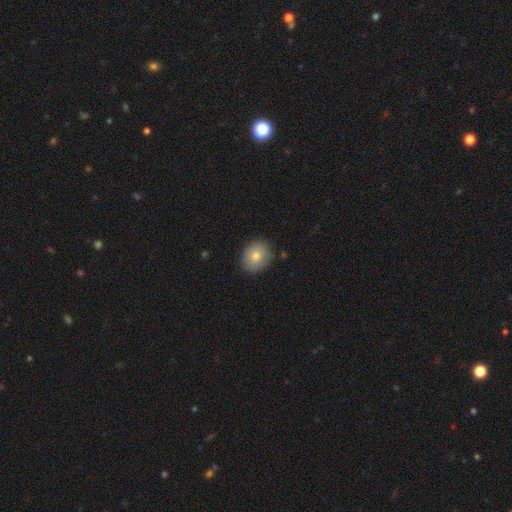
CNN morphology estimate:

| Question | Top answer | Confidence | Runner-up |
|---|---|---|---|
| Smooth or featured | smooth | 76% | featured or disk (16%) |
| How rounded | round | 61% | in between (38%) |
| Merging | none | 83% | minor disturbance (13%) |